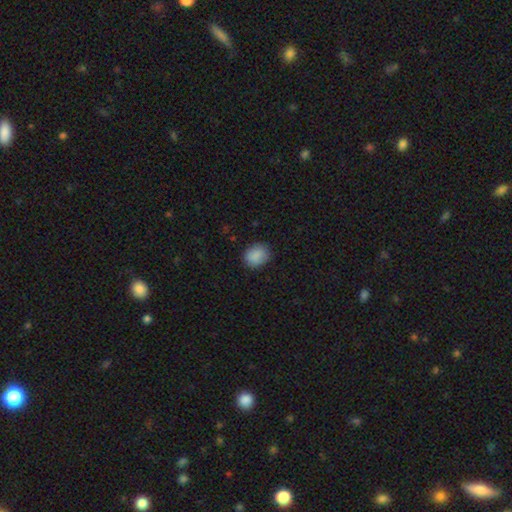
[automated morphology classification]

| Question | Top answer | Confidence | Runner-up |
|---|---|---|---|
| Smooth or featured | smooth | 88% | star or artifact (7%) |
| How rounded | round | 50% | in between (49%) |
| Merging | none | 84% | minor disturbance (12%) |